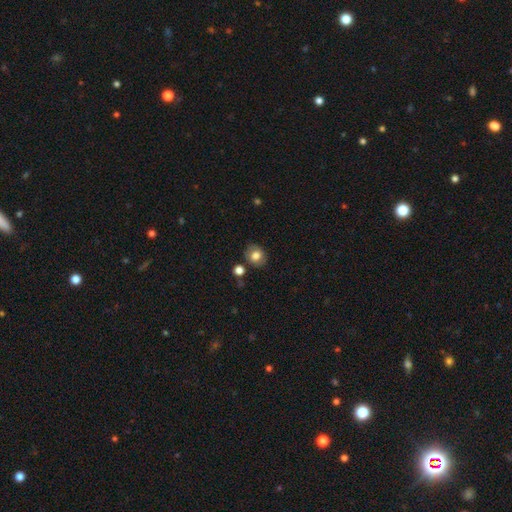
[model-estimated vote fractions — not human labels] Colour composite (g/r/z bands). It shows a smooth galaxy with no disk features (74%) that is round (68%). Merging: none (79%).